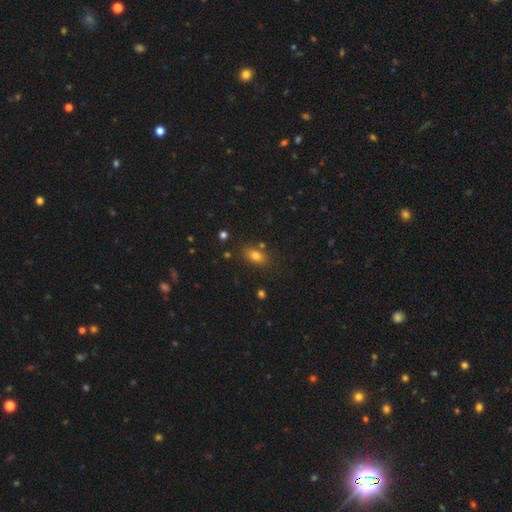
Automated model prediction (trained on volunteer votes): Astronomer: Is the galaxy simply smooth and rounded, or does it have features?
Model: smooth — 78%.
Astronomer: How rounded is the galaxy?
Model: in between — 80%.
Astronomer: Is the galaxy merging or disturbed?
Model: none — 78%.